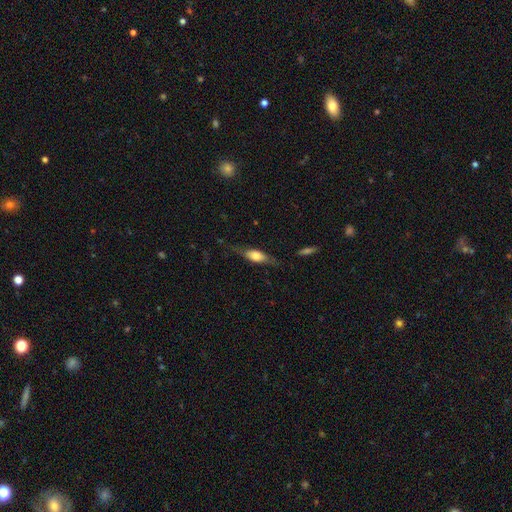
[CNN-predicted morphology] smooth-or-featured: smooth: 48% | featured or disk: 45% | star or artifact: 7%
  merging: none: 69% | minor disturbance: 21% | major disturbance: 8% | merger: 2%